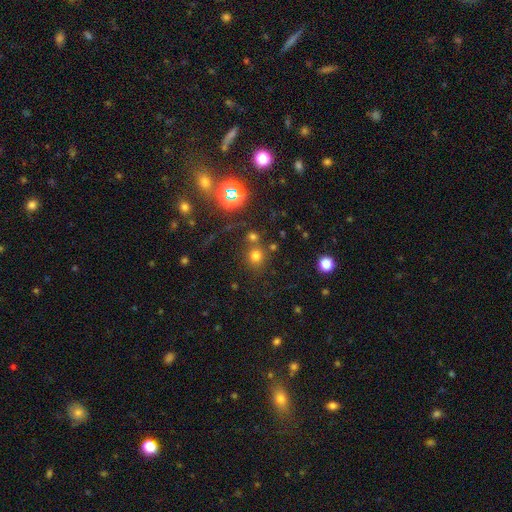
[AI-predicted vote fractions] Smooth or featured?
  - smooth: 67% *
  - star or artifact: 26%
  - featured or disk: 7%
How rounded?
  - round: 88% *
  - in between: 11%
  - cigar-shaped: 1%
Merging?
  - none: 72% *
  - merger: 15%
  - minor disturbance: 9%
  - major disturbance: 4%